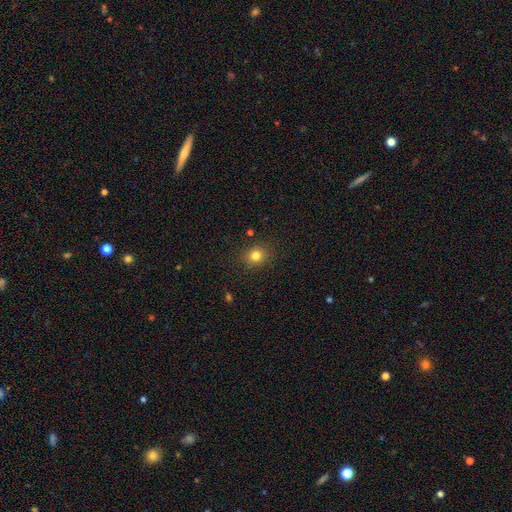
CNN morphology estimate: A smooth galaxy with no disk features (80%) that is round (71%). Merging: none (87%).